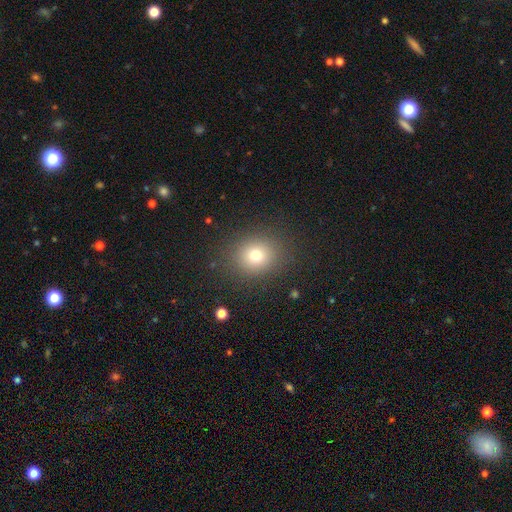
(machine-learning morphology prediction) Smooth or featured: smooth — 75% (star or artifact — 16%)
How rounded: round — 74% (in between — 25%)
Merging: none — 87% (minor disturbance — 8%)